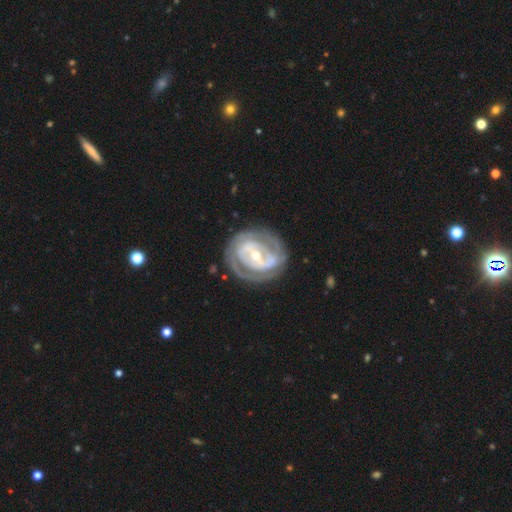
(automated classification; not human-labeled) Smooth or featured?
  - featured or disk: 85% *
  - smooth: 11%
  - star or artifact: 4%
Edge-on disk?
  - no: 96% *
  - yes: 4%
Bar?
  - strong: 40% *
  - weak: 36%
  - no: 24%
Spiral arms?
  - yes: 82% *
  - no: 18%
Spiral winding?
  - tight: 67% *
  - medium: 25%
  - loose: 8%
Spiral arm count?
  - 2: 55% *
  - can't tell: 25%
  - 3: 9%
  - 1: 5%
  - 4: 3%
  - more than 4: 3%
Bulge size?
  - moderate: 48% *
  - small: 47%
  - large: 3%
  - none: 1%
  - dominant: 1%
Merging?
  - none: 76% *
  - minor disturbance: 15%
  - major disturbance: 8%
  - merger: 1%